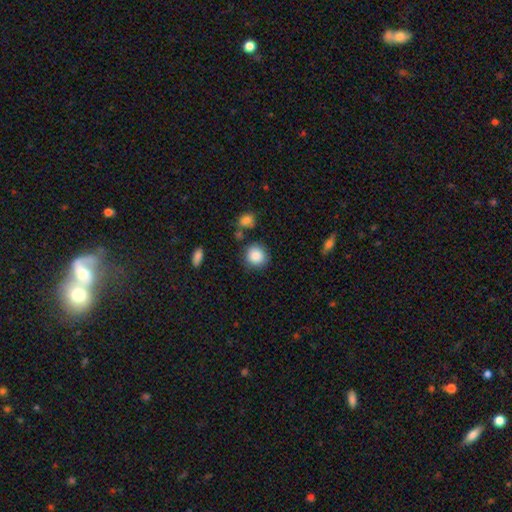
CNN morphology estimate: Smooth or featured?
  - smooth: 87% *
  - star or artifact: 8%
  - featured or disk: 5%
How rounded?
  - round: 88% *
  - in between: 11%
  - cigar-shaped: 1%
Merging?
  - none: 81% *
  - minor disturbance: 11%
  - merger: 5%
  - major disturbance: 3%